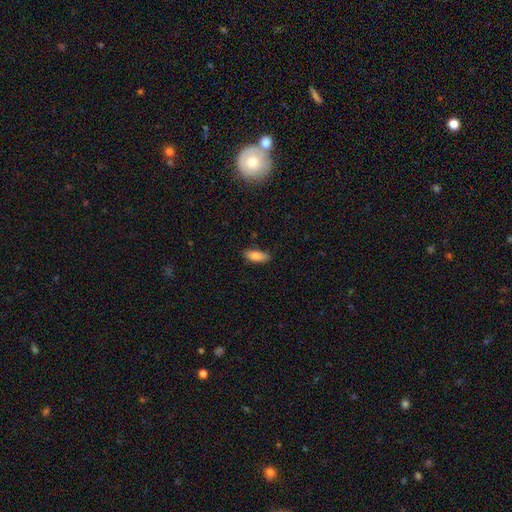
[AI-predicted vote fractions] Morphology: type=smooth (83%); roundness=in between (78%); merging=none (83%).